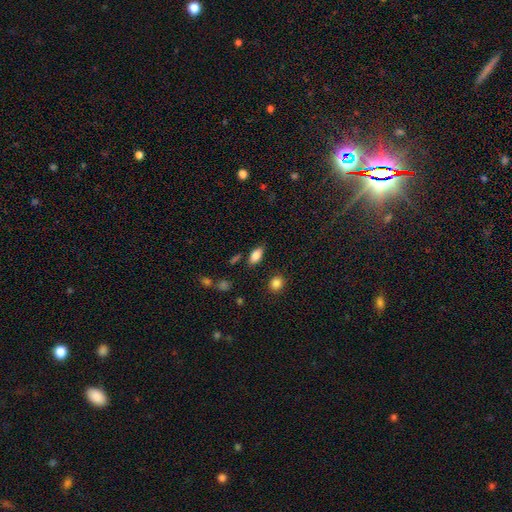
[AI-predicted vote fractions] Smooth or featured? Predicted: smooth (p=0.80). How rounded? Predicted: in between (p=0.86). Merging? Predicted: none (p=0.83).